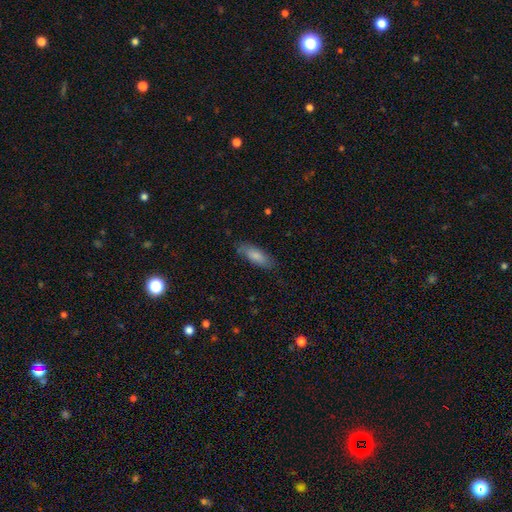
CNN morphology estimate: This appears to be a smooth galaxy with no disk features (82%) that is in between round and cigar-shaped (64%). Merging: none (79%).